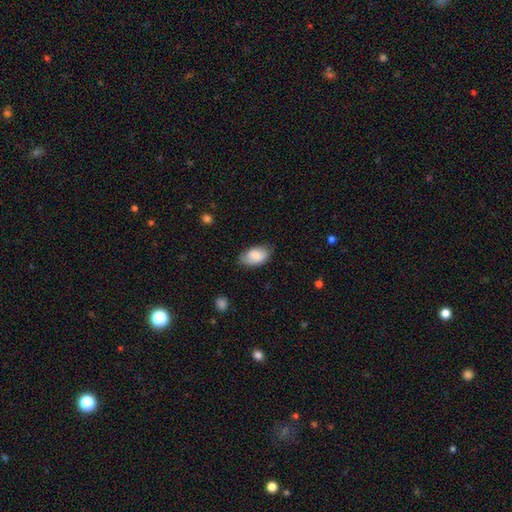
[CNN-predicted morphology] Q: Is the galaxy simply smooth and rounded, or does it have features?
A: smooth — 79%.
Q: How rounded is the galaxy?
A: in between — 94%.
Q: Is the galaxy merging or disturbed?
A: none — 71%.